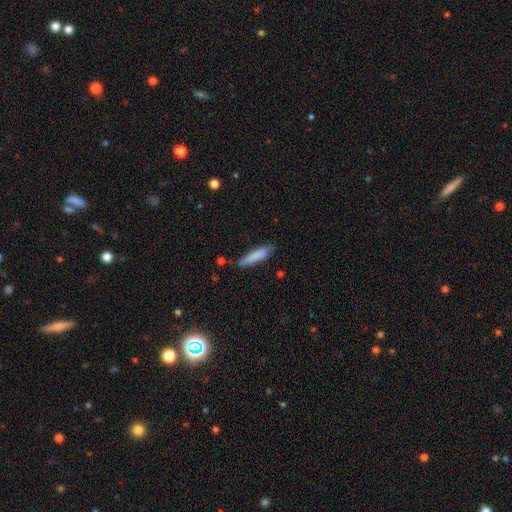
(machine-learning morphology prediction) Smooth or featured: smooth — 82% (featured or disk — 12%)
How rounded: cigar-shaped — 78% (in between — 21%)
Merging: none — 72% (minor disturbance — 21%)